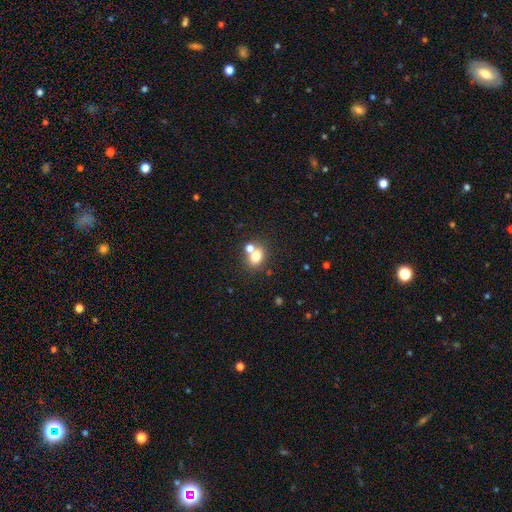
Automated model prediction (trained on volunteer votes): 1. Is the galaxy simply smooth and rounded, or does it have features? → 75% smooth, 13% star or artifact, 12% featured or disk.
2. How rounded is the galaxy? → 54% in between, 44% round, 1% cigar-shaped.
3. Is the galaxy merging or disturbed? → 51% none, 36% merger, 10% minor disturbance, 4% major disturbance.